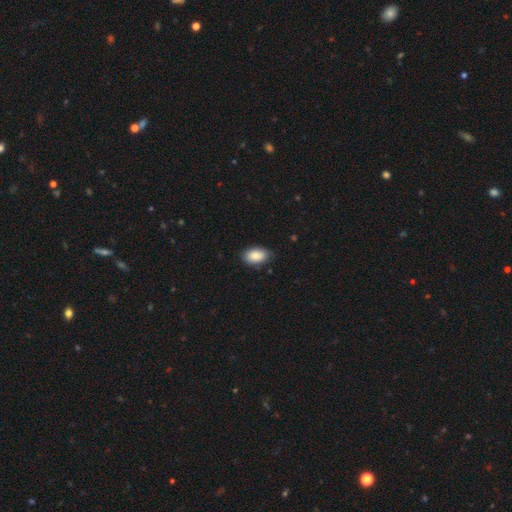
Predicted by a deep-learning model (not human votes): Smooth or featured? Predicted: smooth (p=0.87). How rounded? Predicted: in between (p=0.93). Merging? Predicted: none (p=0.84).